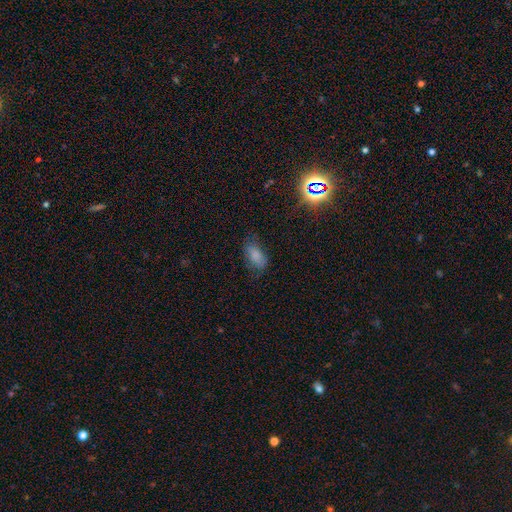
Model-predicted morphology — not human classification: Smooth or featured: smooth — 78% (star or artifact — 11%)
How rounded: in between — 90% (cigar-shaped — 6%)
Merging: none — 64% (minor disturbance — 24%)